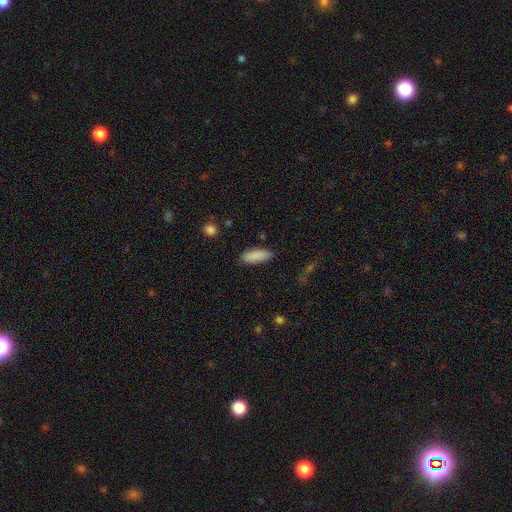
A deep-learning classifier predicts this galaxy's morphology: This is clearly a smooth galaxy (88%). How rounded: likely in between (65%). Merging: clearly none (86%).